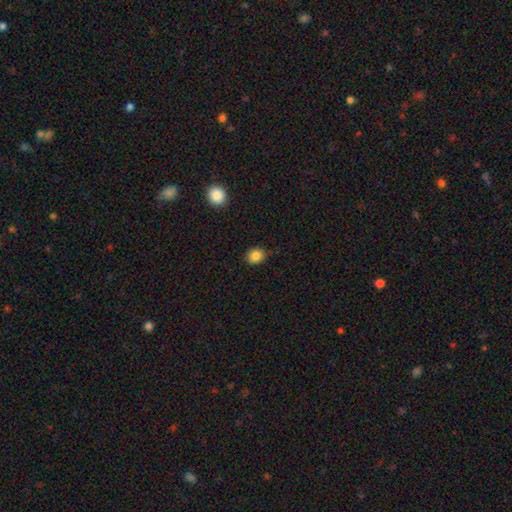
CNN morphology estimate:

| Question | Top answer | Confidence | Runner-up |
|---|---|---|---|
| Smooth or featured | smooth | 84% | star or artifact (10%) |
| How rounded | round | 65% | in between (34%) |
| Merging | none | 79% | minor disturbance (16%) |